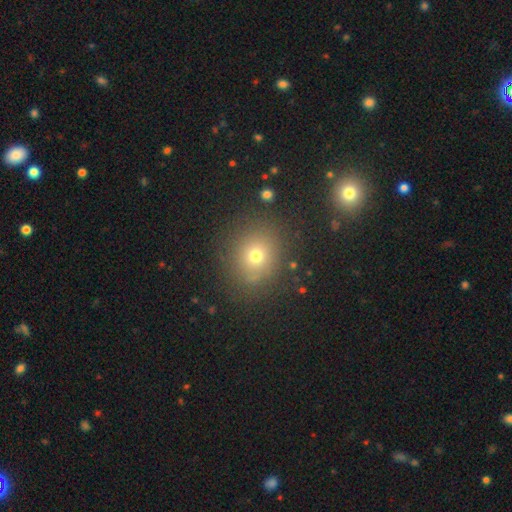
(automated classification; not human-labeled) This is likely a smooth galaxy (68%). How rounded: likely round (78%). Merging: clearly none (83%).